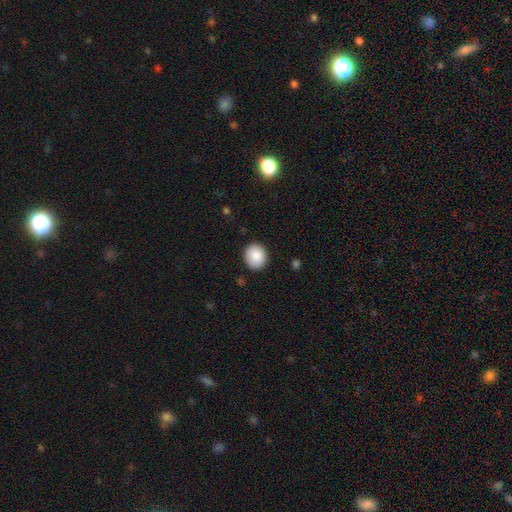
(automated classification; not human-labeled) Smooth or featured: smooth — 89% (star or artifact — 7%)
How rounded: round — 65% (in between — 34%)
Merging: none — 89% (minor disturbance — 8%)